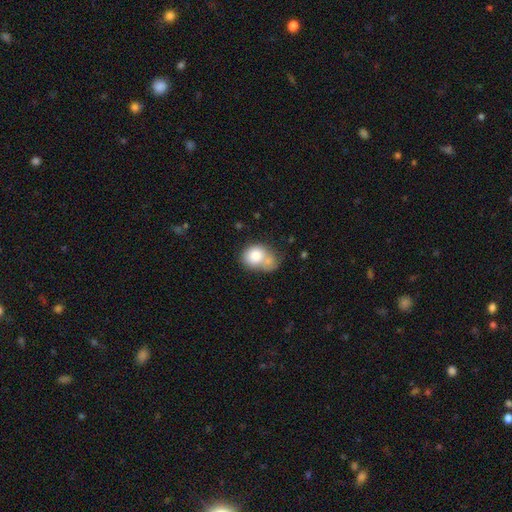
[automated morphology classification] A smooth galaxy with no disk features (78%) that is in between round and cigar-shaped (51%).

Vote fractions:
- Smooth or featured? smooth: 78% / featured or disk: 14% / star or artifact: 8%
- How rounded? in between: 51% / round: 48% / cigar-shaped: 1%
- Merging? merger: 41% / none: 28% / minor disturbance: 19% / major disturbance: 11%